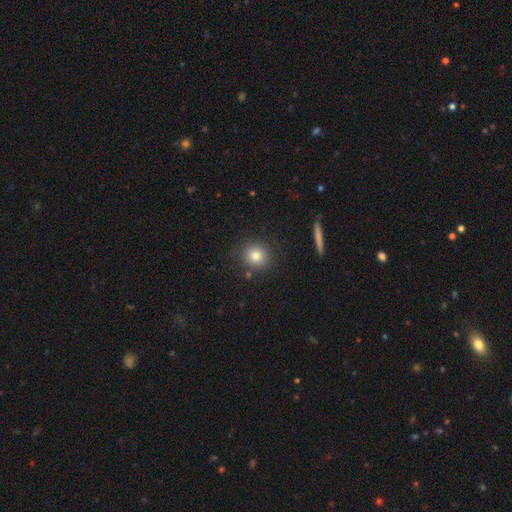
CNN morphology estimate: Q: Smooth or featured?
A: smooth (80%); runner-up: star or artifact (11%)
Q: How rounded?
A: round (90%); runner-up: in between (9%)
Q: Merging?
A: none (85%); runner-up: minor disturbance (8%)